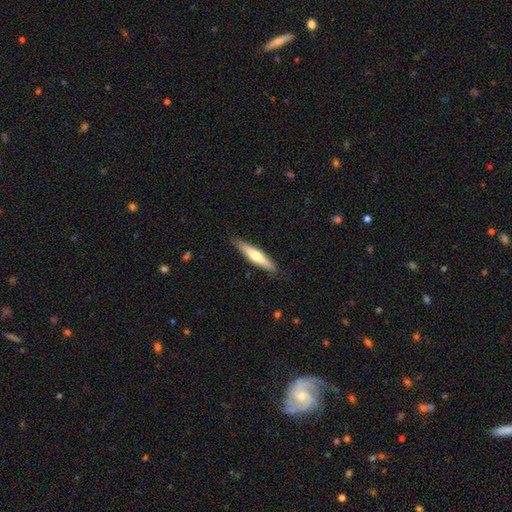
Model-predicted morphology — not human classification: Smooth or featured? smooth (59%)
How rounded? cigar-shaped (87%)
Merging? none (87%)